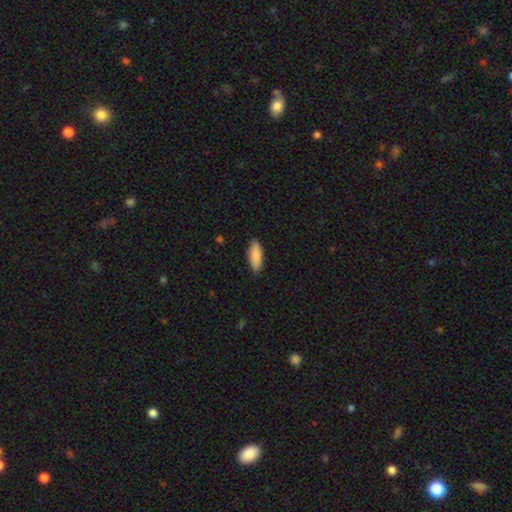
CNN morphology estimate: This appears to be a smooth galaxy with no disk features (87%) that is in between round and cigar-shaped (63%). Merging: none (87%).